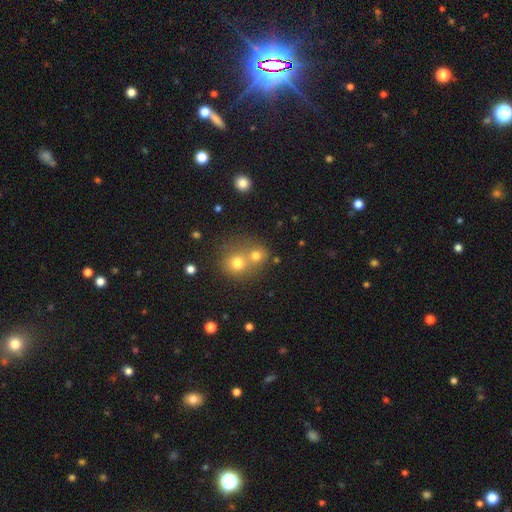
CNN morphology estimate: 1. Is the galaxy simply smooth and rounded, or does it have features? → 73% smooth, 15% star or artifact, 12% featured or disk.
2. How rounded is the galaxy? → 81% round, 18% in between, 1% cigar-shaped.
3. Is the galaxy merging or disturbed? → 50% merger, 41% none, 6% minor disturbance, 3% major disturbance.